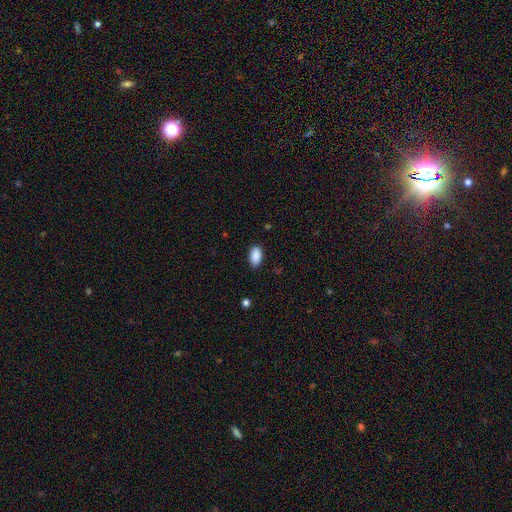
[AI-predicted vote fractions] A smooth galaxy with no disk features (90%) that is in between round and cigar-shaped (94%). Merging: none (87%).